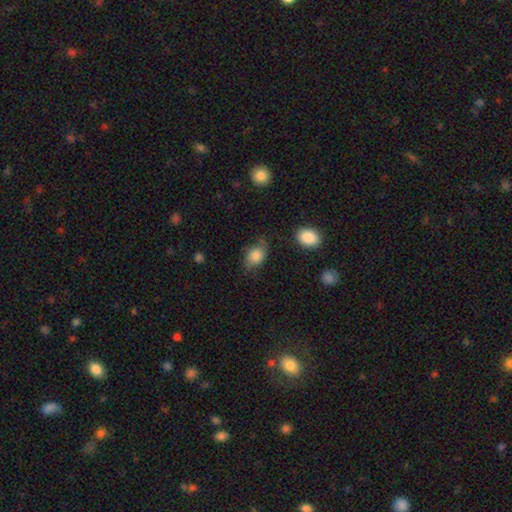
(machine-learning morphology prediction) smooth 79%, featured or disk 13%, star or artifact 8%. Down the decision tree: how rounded — in between (75%); merging — none (61%).